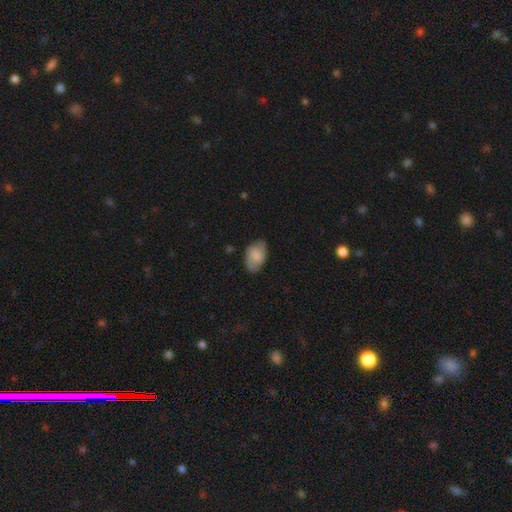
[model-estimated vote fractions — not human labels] smooth 74%, featured or disk 20%, star or artifact 7%. Down the decision tree: how rounded — in between (90%); merging — none (74%).